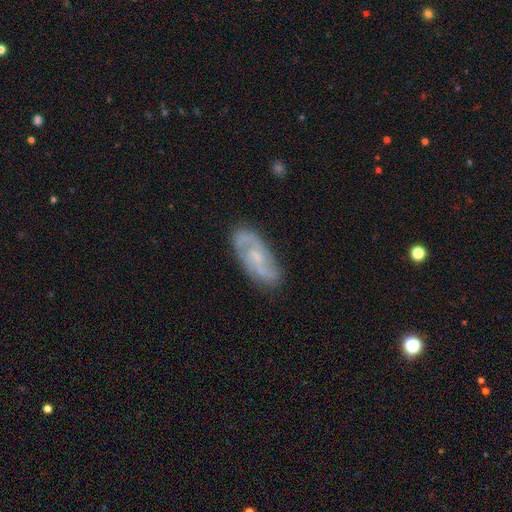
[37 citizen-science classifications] Smooth or featured? 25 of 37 (68%) said featured or disk. Edge-on disk? 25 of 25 (100%) said no. Bar? 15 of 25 (60%) said weak. Spiral arms? 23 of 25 (92%) said yes. Spiral winding? 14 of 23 (61%) said medium. Spiral arm count? 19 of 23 (83%) said 2. Bulge size? 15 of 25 (60%) said small. Merging? 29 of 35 (83%) said none.